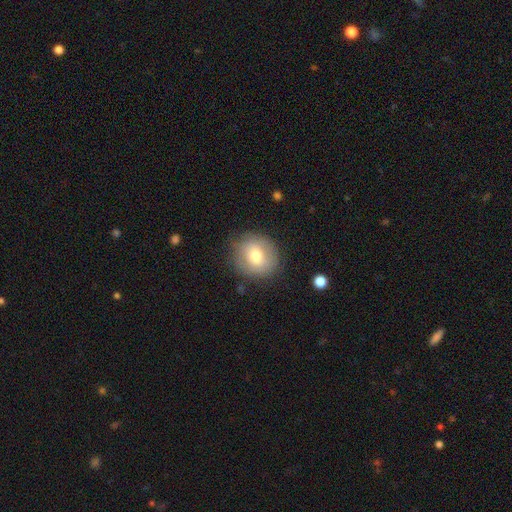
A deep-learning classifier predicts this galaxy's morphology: Smooth or featured? smooth (67%)
How rounded? round (81%)
Merging? none (81%)